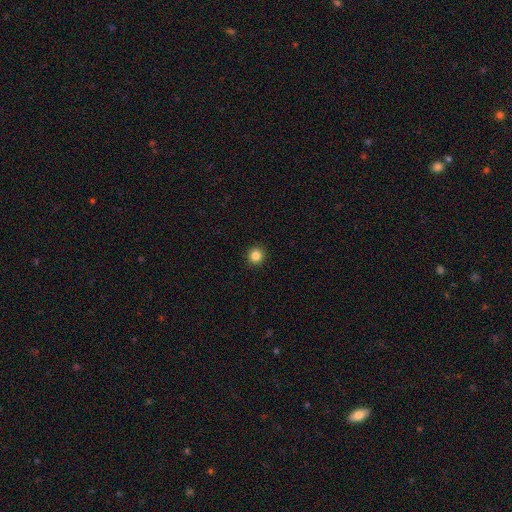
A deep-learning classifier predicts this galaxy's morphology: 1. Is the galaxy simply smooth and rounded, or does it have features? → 85% smooth, 11% star or artifact, 4% featured or disk.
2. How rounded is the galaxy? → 94% round, 5% in between, 1% cigar-shaped.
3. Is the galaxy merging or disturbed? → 93% none, 4% minor disturbance, 2% major disturbance, 1% merger.